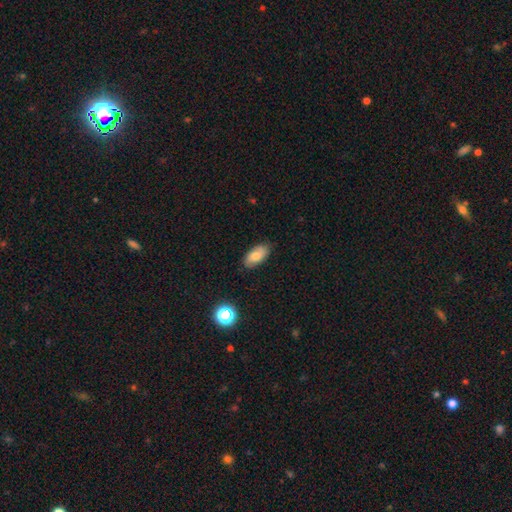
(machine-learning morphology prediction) Overall: smooth (74%). How rounded: in between (92%). Merging: none (83%).